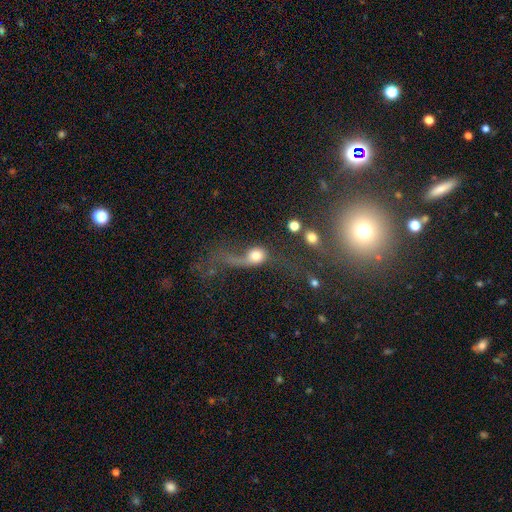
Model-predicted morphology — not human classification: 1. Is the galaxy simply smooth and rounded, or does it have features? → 57% smooth, 31% featured or disk, 12% star or artifact.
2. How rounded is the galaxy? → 62% round, 33% in between, 5% cigar-shaped.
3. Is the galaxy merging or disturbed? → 50% major disturbance, 20% none, 18% merger, 12% minor disturbance.